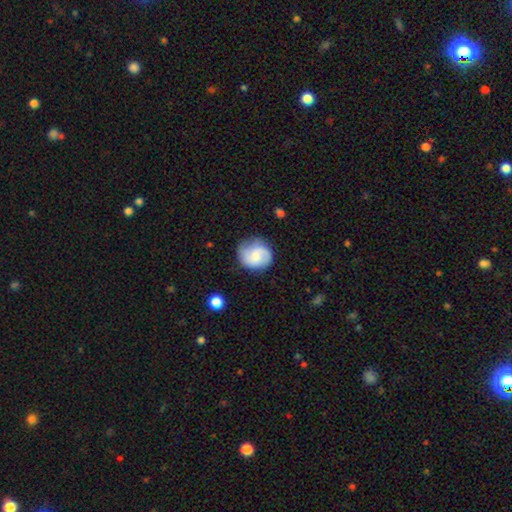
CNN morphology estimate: featured or disk 55%, smooth 37%, star or artifact 7%. Down the decision tree: edge-on disk — no (98%); bar — no (53%); spiral arms — yes (91%); bulge size — small (41%); merging — none (71%).